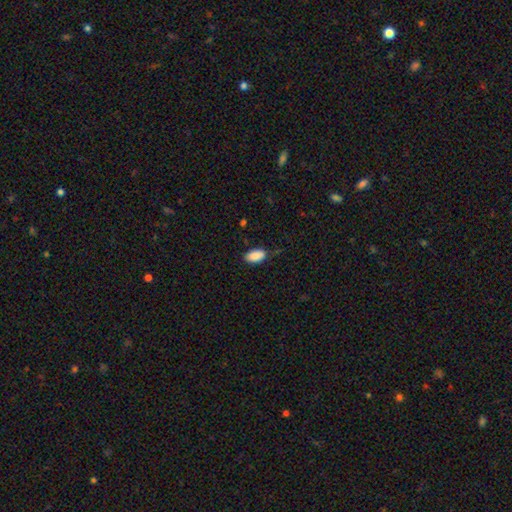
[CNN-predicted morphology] Smooth or featured: smooth — 89% (star or artifact — 7%)
How rounded: in between — 94% (round — 3%)
Merging: none — 77% (minor disturbance — 18%)